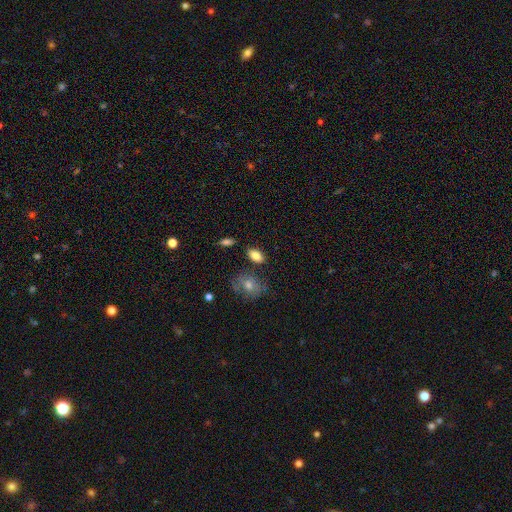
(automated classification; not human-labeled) Smooth or featured? smooth (83%)
How rounded? in between (89%)
Merging? none (79%)